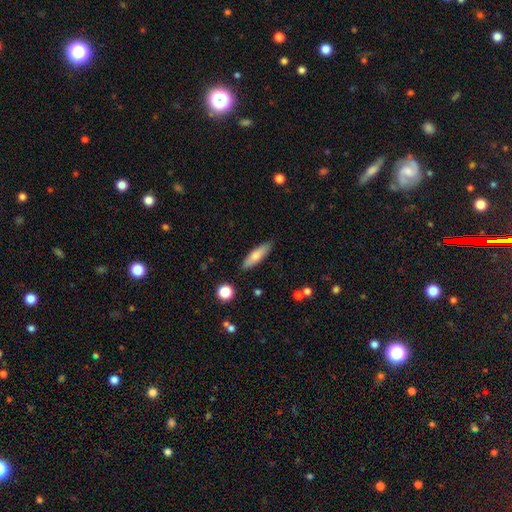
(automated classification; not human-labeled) smooth-or-featured: smooth: 71% | featured or disk: 23% | star or artifact: 6%
  how-rounded: cigar-shaped: 62% | in between: 36% | round: 2%
  merging: none: 86% | minor disturbance: 10% | major disturbance: 2% | merger: 2%